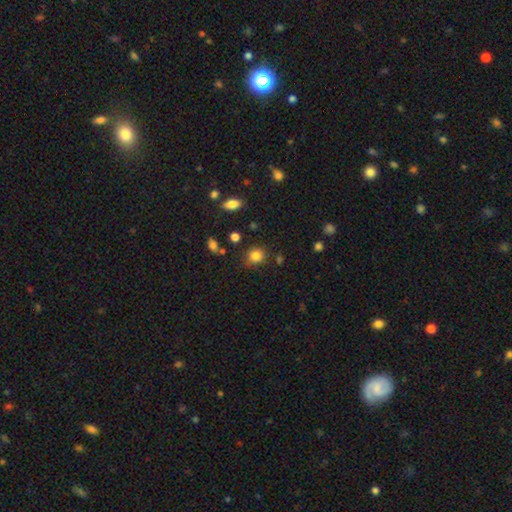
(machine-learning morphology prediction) A smooth galaxy with no disk features (83%) that is round (78%).

Vote fractions:
- Smooth or featured? smooth: 83% / star or artifact: 12% / featured or disk: 5%
- How rounded? round: 78% / in between: 21% / cigar-shaped: 1%
- Merging? none: 77% / minor disturbance: 15% / merger: 4% / major disturbance: 4%